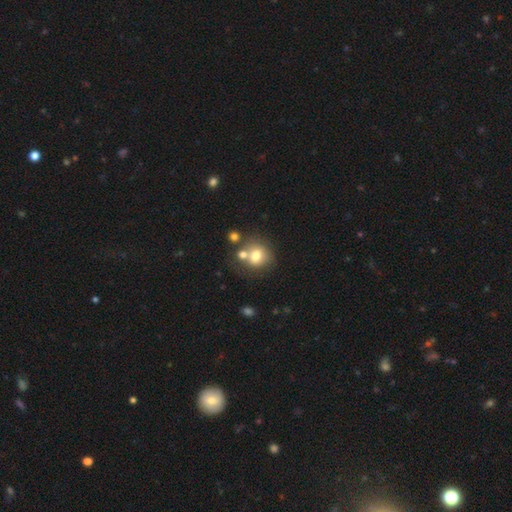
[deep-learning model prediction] Smooth or featured: smooth — 71% (featured or disk — 18%)
How rounded: round — 78% (in between — 21%)
Merging: none — 52% (merger — 30%)